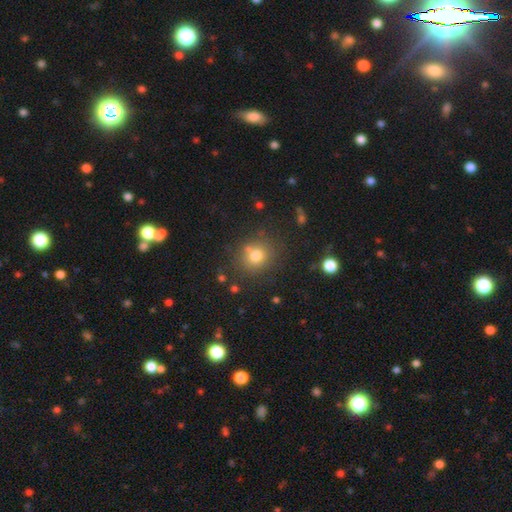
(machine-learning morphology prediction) type=smooth (75%); roundness=round (80%); merging=none (76%).